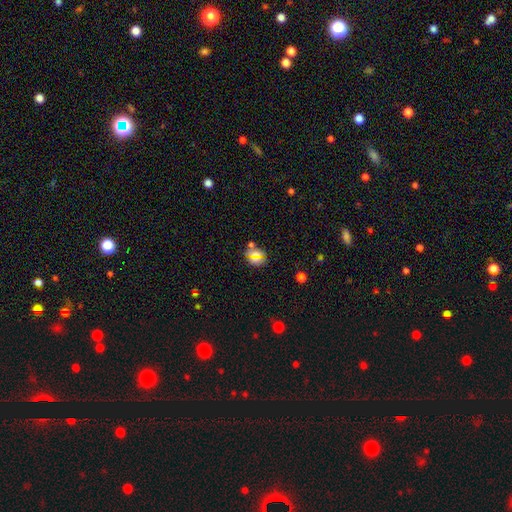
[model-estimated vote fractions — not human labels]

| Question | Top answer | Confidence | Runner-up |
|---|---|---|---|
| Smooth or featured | smooth | 61% | star or artifact (30%) |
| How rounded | round | 62% | in between (33%) |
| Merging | none | 80% | minor disturbance (11%) |